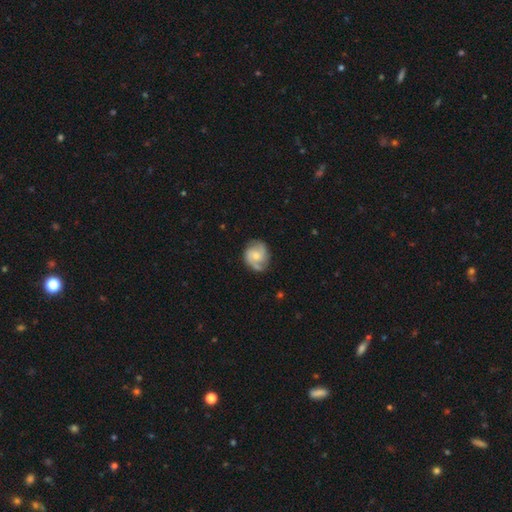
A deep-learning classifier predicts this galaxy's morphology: Overall: featured or disk (72%). Edge-on disk: no (98%). Bar: no (64%; weak 31%). Spiral arms: yes (94%). Spiral arm count: 2 (73%). Spiral winding: medium (46%; tight 37%). Bulge size: small (50%; moderate 42%). Merging: none (74%).